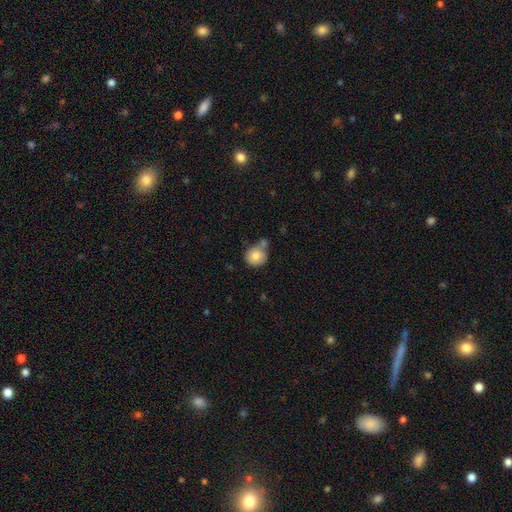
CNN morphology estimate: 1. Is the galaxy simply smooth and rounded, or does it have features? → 81% smooth, 11% featured or disk, 8% star or artifact.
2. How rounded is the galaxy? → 86% round, 13% in between, 1% cigar-shaped.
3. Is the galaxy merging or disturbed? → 54% none, 25% merger, 16% minor disturbance, 5% major disturbance.